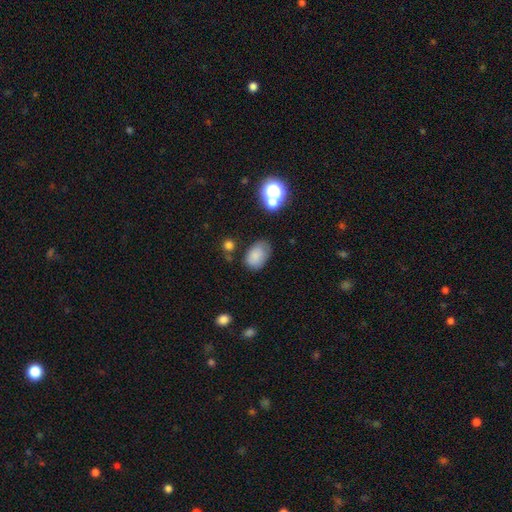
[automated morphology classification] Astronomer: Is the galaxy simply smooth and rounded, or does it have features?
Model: smooth — 79%.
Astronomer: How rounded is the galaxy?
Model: in between — 86%.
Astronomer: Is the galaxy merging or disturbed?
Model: none — 61%.